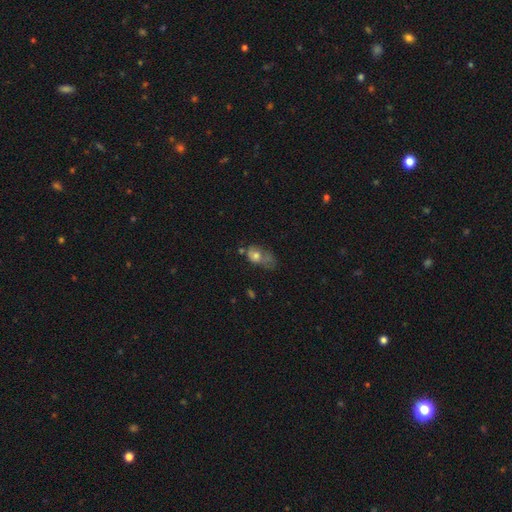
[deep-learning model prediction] Overall: smooth (61%; featured or disk 29%). How rounded: in between (74%). Merging: major disturbance (41%; minor disturbance 25%).